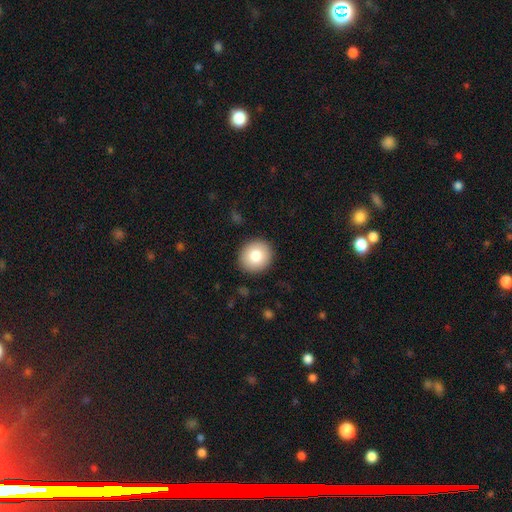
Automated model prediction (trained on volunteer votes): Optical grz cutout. It shows a smooth galaxy with no disk features (82%) that is round (85%). Merging: none (91%).